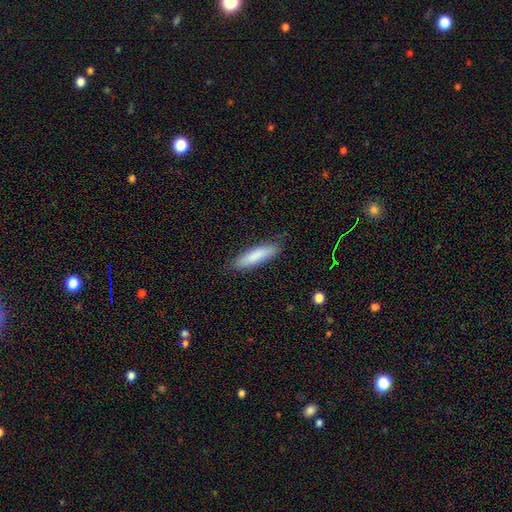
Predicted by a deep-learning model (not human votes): smooth-or-featured: smooth: 83% | featured or disk: 11% | star or artifact: 6%
  how-rounded: cigar-shaped: 74% | in between: 25% | round: 1%
  merging: none: 82% | minor disturbance: 14% | major disturbance: 3% | merger: 1%